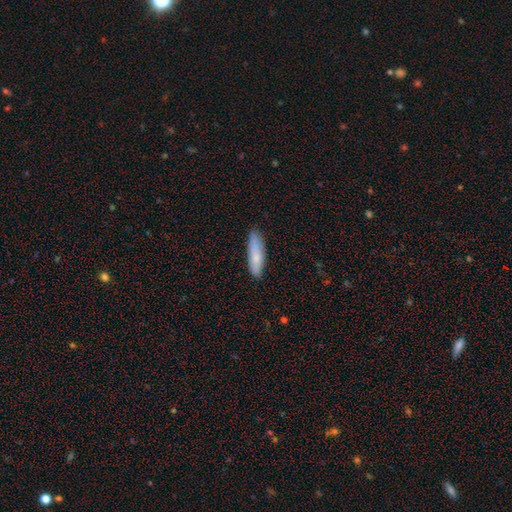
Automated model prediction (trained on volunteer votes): Smooth or featured?
  - smooth: 77% *
  - featured or disk: 17%
  - star or artifact: 6%
How rounded?
  - cigar-shaped: 68% *
  - in between: 31%
  - round: 2%
Merging?
  - none: 84% *
  - minor disturbance: 13%
  - major disturbance: 2%
  - merger: 1%